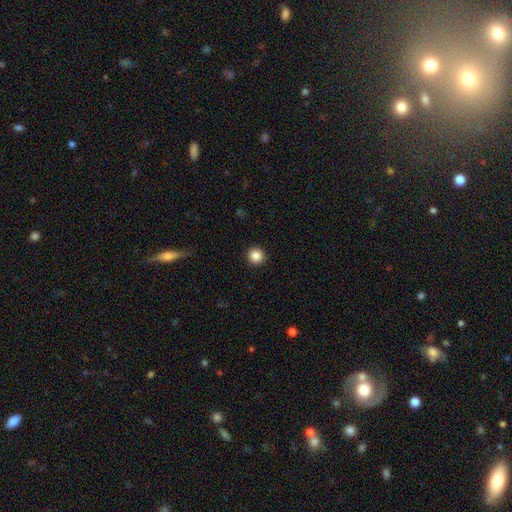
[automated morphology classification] A smooth galaxy with no disk features (86%) that is round (95%). Merging: none (93%).